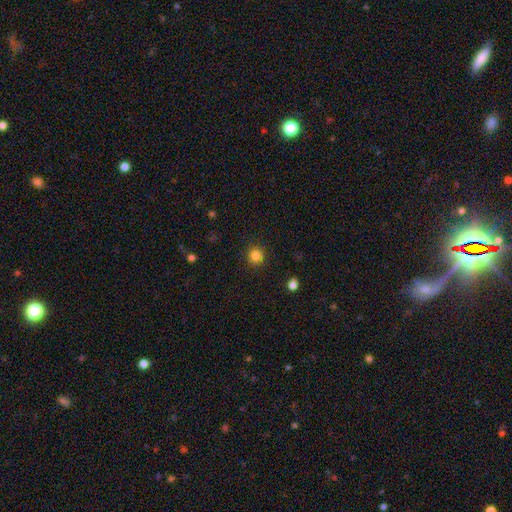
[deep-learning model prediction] Overall: smooth (83%). How rounded: round (94%). Merging: none (91%).